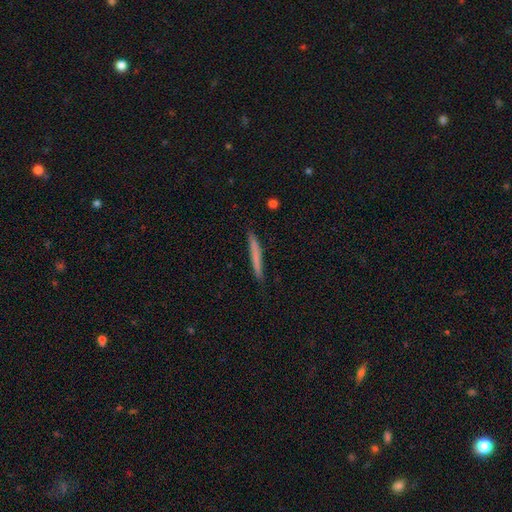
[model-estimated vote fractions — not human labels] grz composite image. It shows a smooth galaxy with no disk features (64%) that is cigar-shaped (97%). Merging: none (89%).